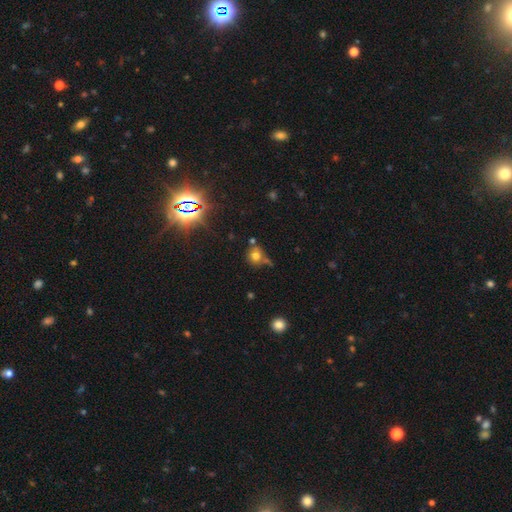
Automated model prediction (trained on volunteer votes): Smooth or featured? smooth (69%)
How rounded? round (84%)
Merging? none (60%)